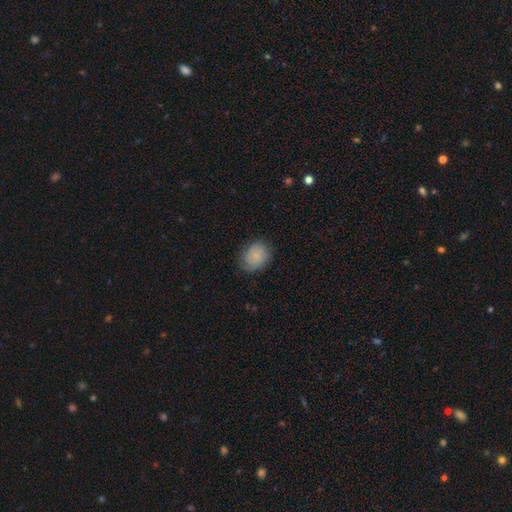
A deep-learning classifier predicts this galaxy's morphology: A smooth galaxy with no disk features (72%) that is round (52%).

Vote fractions:
- Smooth or featured? smooth: 72% / featured or disk: 20% / star or artifact: 8%
- How rounded? round: 52% / in between: 47% / cigar-shaped: 1%
- Merging? none: 76% / minor disturbance: 18% / major disturbance: 5% / merger: 1%